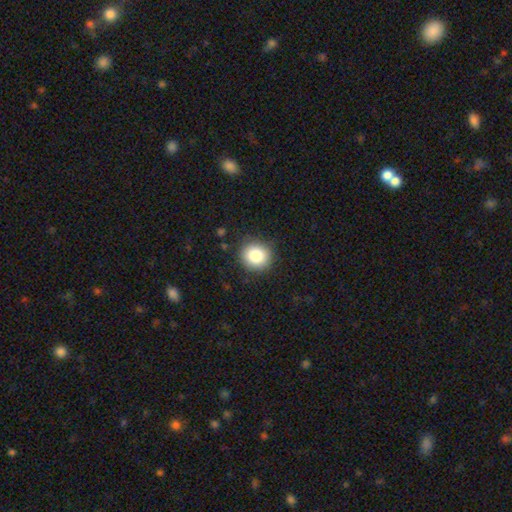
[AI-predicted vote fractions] The model was most divided on "smooth or featured": smooth: 84%, star or artifact: 10%, featured or disk: 6%. More confident: how rounded — round (89%); merging — none (88%).